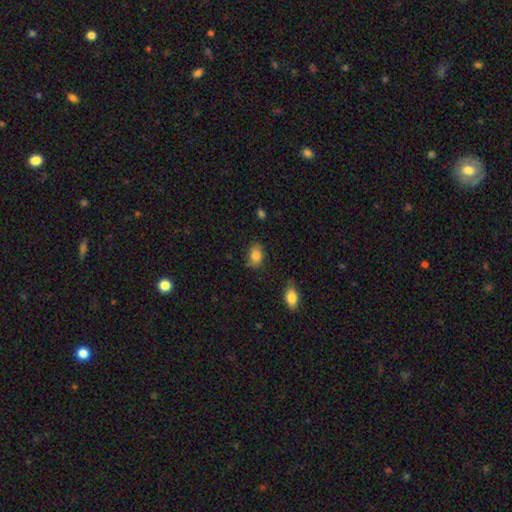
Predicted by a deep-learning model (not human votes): A smooth galaxy with no disk features (83%) that is in between round and cigar-shaped (84%).

Vote fractions:
- Smooth or featured? smooth: 83% / featured or disk: 9% / star or artifact: 8%
- How rounded? in between: 84% / round: 15% / cigar-shaped: 2%
- Merging? none: 72% / minor disturbance: 21% / major disturbance: 4% / merger: 2%